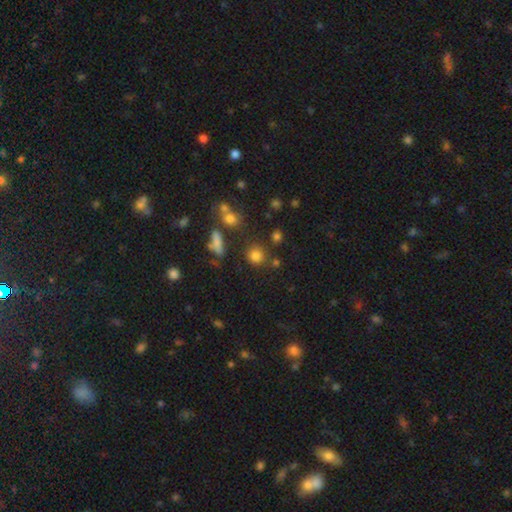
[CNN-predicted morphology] type=smooth (79%); roundness=round (86%); merging=none (76%).